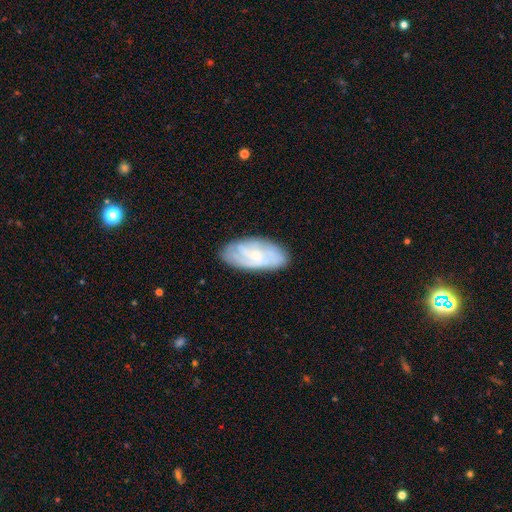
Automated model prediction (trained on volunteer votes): smooth_or_featured: featured or disk (p=0.63) [alt: smooth p=0.30]
disk_edge_on: no (p=0.93) [alt: yes p=0.07]
bar: no (p=0.62) [alt: weak p=0.32]
has_spiral_arms: yes (p=0.85) [alt: no p=0.15]
spiral_winding: tight (p=0.55) [alt: medium p=0.32]
spiral_arm_count: can't tell (p=0.47) [alt: 2 p=0.17]
bulge_size: small (p=0.68) [alt: moderate p=0.23]
merging: none (p=0.79) [alt: minor disturbance p=0.16]